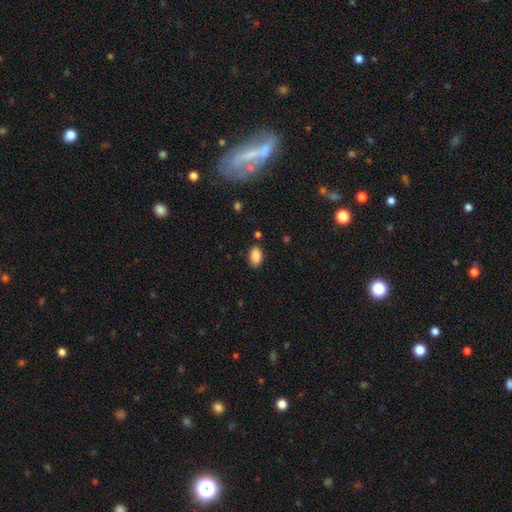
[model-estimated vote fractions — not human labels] Smooth or featured?
  - smooth: 88% *
  - star or artifact: 8%
  - featured or disk: 4%
How rounded?
  - in between: 92% *
  - round: 7%
  - cigar-shaped: 1%
Merging?
  - none: 82% *
  - minor disturbance: 13%
  - major disturbance: 3%
  - merger: 2%